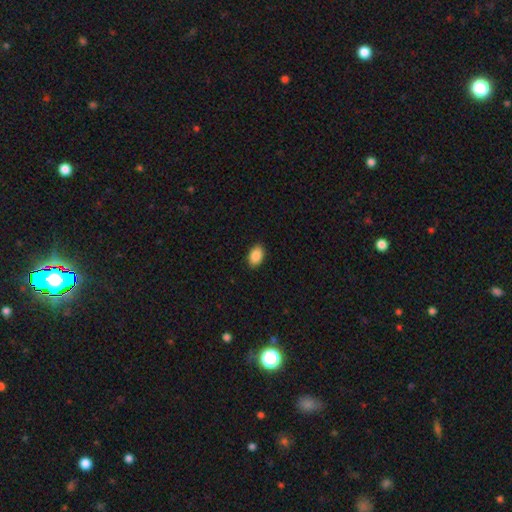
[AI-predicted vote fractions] Morphology: type=smooth (90%); roundness=in between (90%); merging=none (89%).